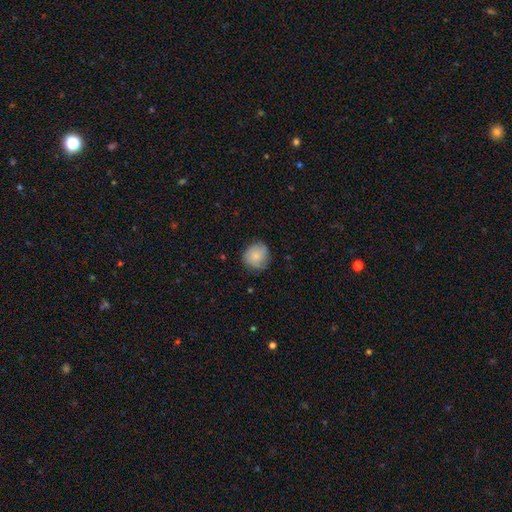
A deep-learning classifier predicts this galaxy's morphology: Q: Smooth or featured?
A: smooth (83%); runner-up: featured or disk (10%)
Q: How rounded?
A: round (87%); runner-up: in between (12%)
Q: Merging?
A: none (78%); runner-up: minor disturbance (17%)